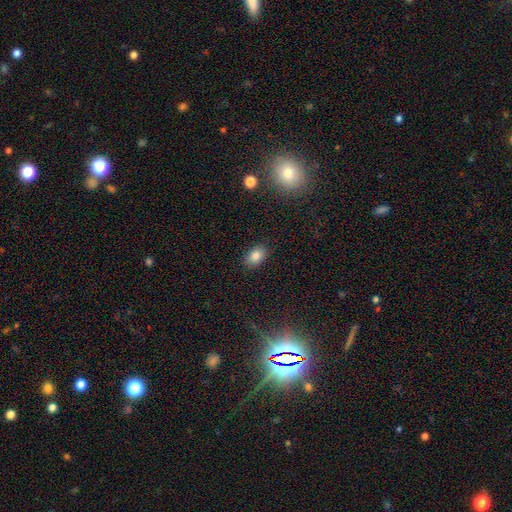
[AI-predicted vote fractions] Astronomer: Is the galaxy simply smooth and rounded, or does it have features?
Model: smooth — 83%.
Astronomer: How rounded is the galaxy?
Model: in between — 81%.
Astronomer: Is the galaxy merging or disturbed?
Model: none — 86%.